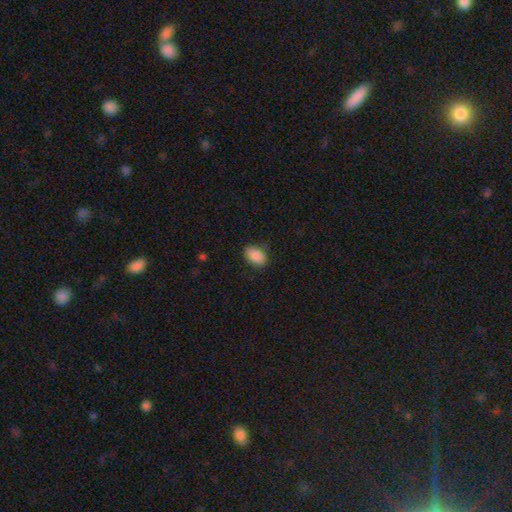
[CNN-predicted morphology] smooth_or_featured: smooth (p=0.88) [alt: star or artifact p=0.07]
how_rounded: in between (p=0.88) [alt: round p=0.10]
merging: none (p=0.79) [alt: minor disturbance p=0.16]